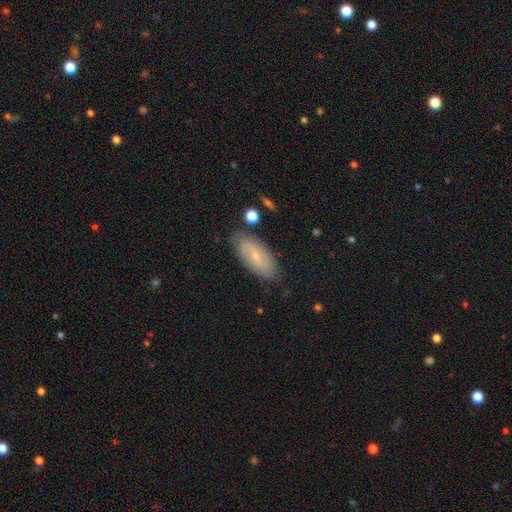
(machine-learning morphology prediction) Smooth or featured? featured or disk (48%)
Merging? none (79%)